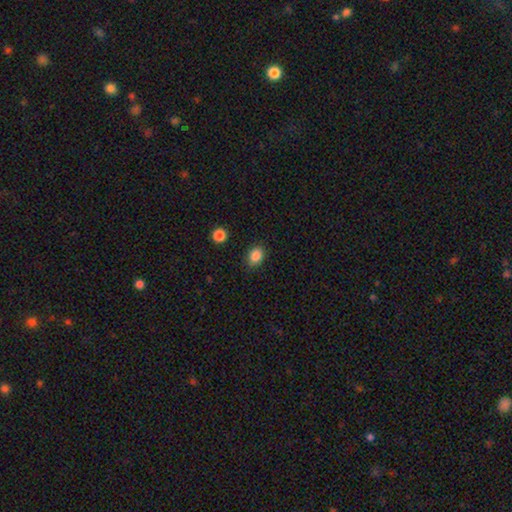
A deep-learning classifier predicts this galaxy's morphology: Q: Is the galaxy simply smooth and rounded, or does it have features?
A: smooth — 86%.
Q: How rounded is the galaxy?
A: in between — 63%.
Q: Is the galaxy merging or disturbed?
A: none — 85%.